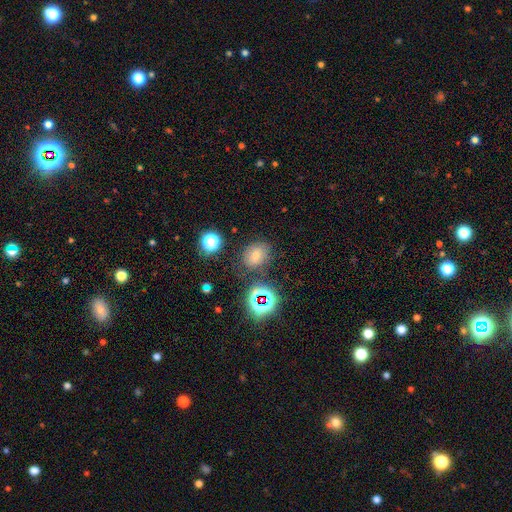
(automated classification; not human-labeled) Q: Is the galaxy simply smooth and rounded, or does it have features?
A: smooth — 49%.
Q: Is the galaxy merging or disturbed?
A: none — 80%.